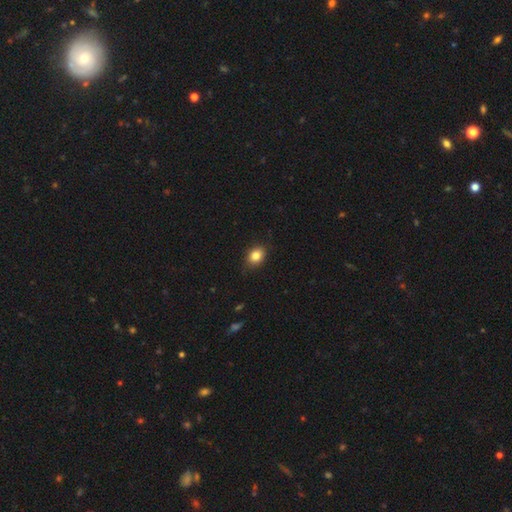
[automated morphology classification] smooth_or_featured: smooth (p=0.84) [alt: star or artifact p=0.09]
how_rounded: in between (p=0.57) [alt: round p=0.42]
merging: none (p=0.80) [alt: minor disturbance p=0.16]